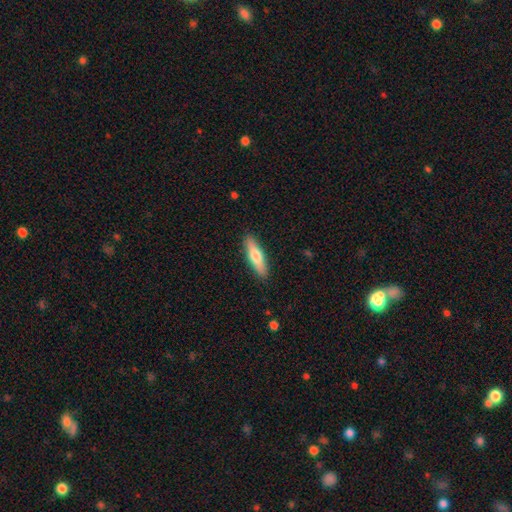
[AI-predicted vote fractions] This appears to be a smooth galaxy with no disk features (65%) that is cigar-shaped (71%). Merging: none (89%).